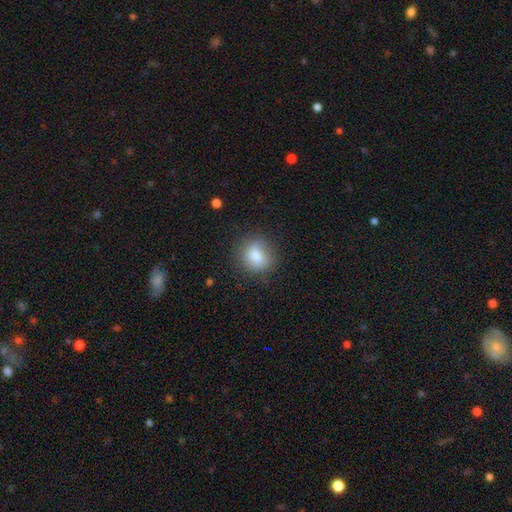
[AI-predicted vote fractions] A smooth galaxy with no disk features (82%) that is round (72%).

Vote fractions:
- Smooth or featured? smooth: 82% / star or artifact: 9% / featured or disk: 9%
- How rounded? round: 72% / in between: 27% / cigar-shaped: 1%
- Merging? none: 80% / minor disturbance: 14% / major disturbance: 4% / merger: 2%